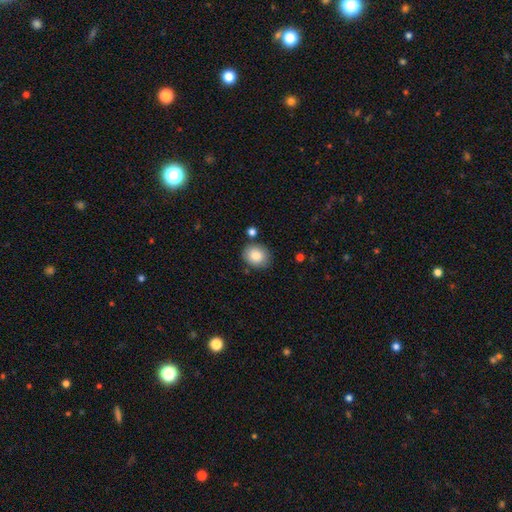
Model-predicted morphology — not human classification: Smooth or featured?
  - smooth: 85% *
  - star or artifact: 8%
  - featured or disk: 7%
How rounded?
  - round: 62% *
  - in between: 37%
  - cigar-shaped: 1%
Merging?
  - none: 81% *
  - minor disturbance: 11%
  - merger: 5%
  - major disturbance: 3%